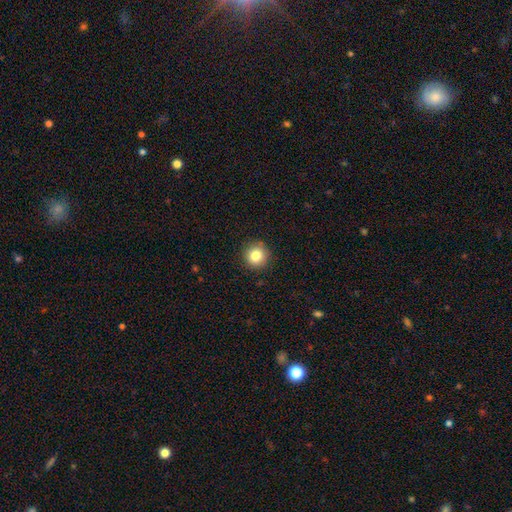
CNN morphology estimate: Smooth or featured?
  - smooth: 83% *
  - star or artifact: 10%
  - featured or disk: 7%
How rounded?
  - round: 95% *
  - in between: 4%
  - cigar-shaped: 1%
Merging?
  - none: 91% *
  - minor disturbance: 6%
  - major disturbance: 2%
  - merger: 1%